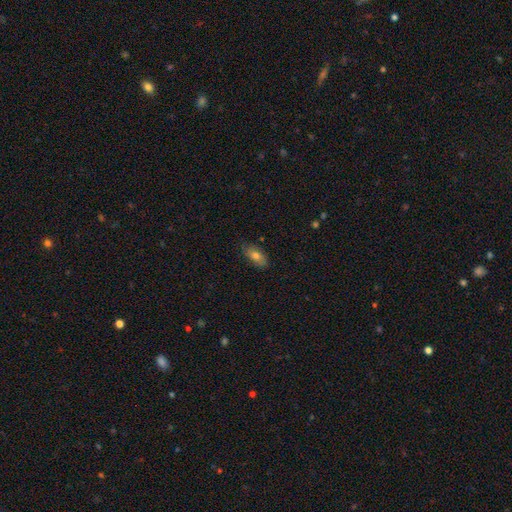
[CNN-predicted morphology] smooth-or-featured: smooth: 75% | featured or disk: 17% | star or artifact: 8%
  how-rounded: in between: 85% | cigar-shaped: 11% | round: 4%
  merging: none: 80% | minor disturbance: 16% | major disturbance: 3% | merger: 1%